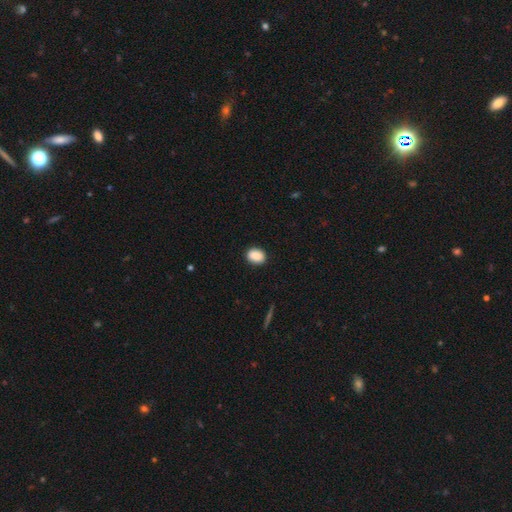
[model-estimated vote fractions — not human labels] This is clearly a smooth galaxy (89%). How rounded: likely in between (64%). Merging: clearly none (89%).